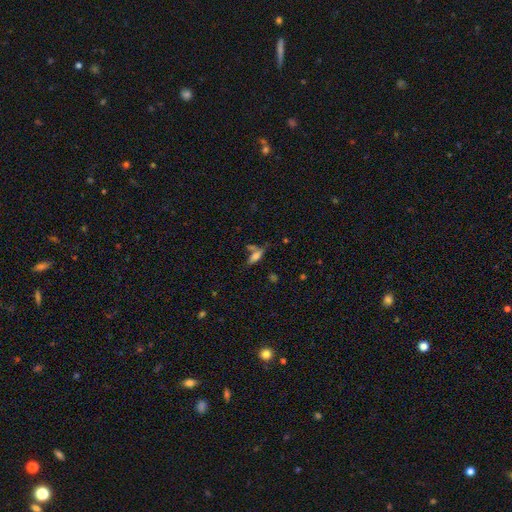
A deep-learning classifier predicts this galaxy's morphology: Smooth or featured: smooth — 62% (featured or disk — 26%)
How rounded: in between — 49% (cigar-shaped — 47%)
Merging: none — 53% (merger — 24%)